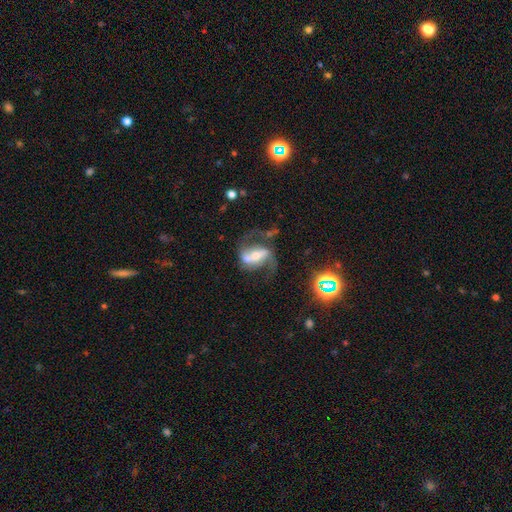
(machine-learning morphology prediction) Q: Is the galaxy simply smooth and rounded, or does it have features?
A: featured or disk — 83%.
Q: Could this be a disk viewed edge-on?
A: no — 95%.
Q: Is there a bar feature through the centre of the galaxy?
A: strong — 58%.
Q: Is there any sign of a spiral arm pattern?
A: yes — 93%.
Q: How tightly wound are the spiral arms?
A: loose — 50%.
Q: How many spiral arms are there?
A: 2 — 90%.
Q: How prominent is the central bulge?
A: moderate — 48%.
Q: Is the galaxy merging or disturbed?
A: none — 60%.